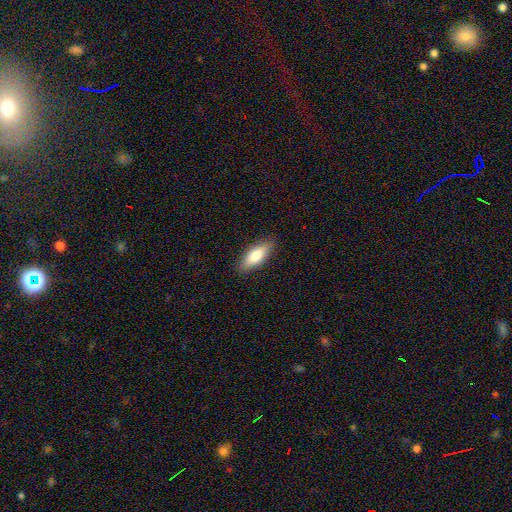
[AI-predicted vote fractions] The model was most divided on "how rounded": in between: 67%, cigar-shaped: 31%, round: 2%. More confident: merging — none (87%); smooth or featured — smooth (77%).